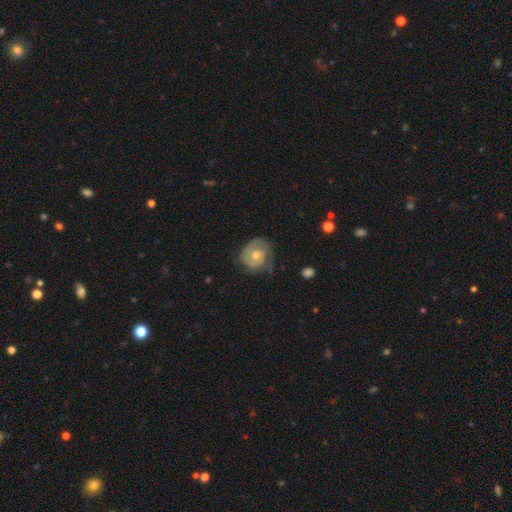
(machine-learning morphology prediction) Smooth or featured? Predicted: featured or disk (p=0.68). Edge-on disk? Predicted: no (p=0.97). Bar? Predicted: no (p=0.73). Spiral arms? Predicted: yes (p=0.85). Spiral winding? Predicted: tight (p=0.62). Spiral arm count? Predicted: 2 (p=0.48). Bulge size? Predicted: moderate (p=0.67). Merging? Predicted: none (p=0.60).